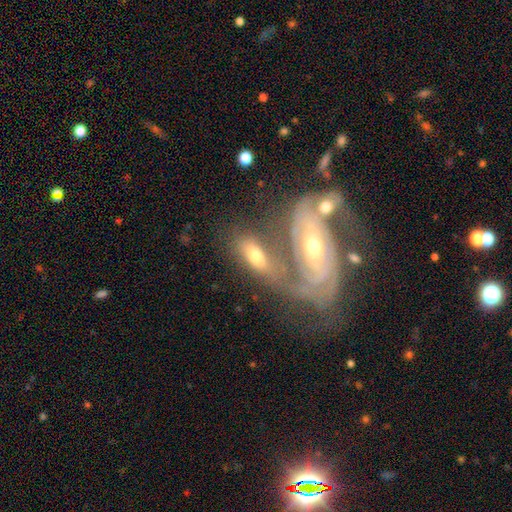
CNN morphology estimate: Overall: featured or disk (52%; smooth 41%). Edge-on disk: no (83%). Merging: merger (42%; none 35%).